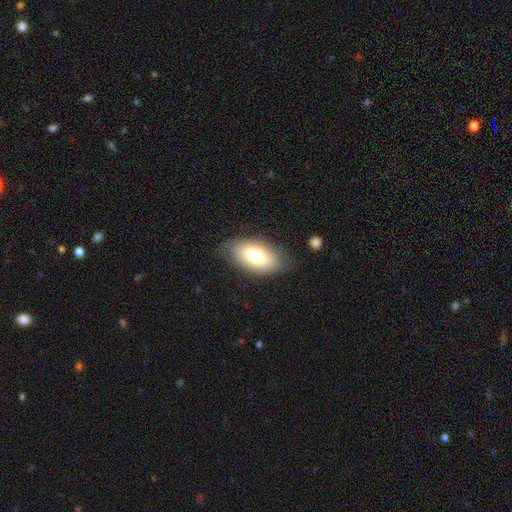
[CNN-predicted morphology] Smooth or featured: smooth — 74% (featured or disk — 19%)
How rounded: in between — 93% (round — 4%)
Merging: none — 80% (minor disturbance — 15%)